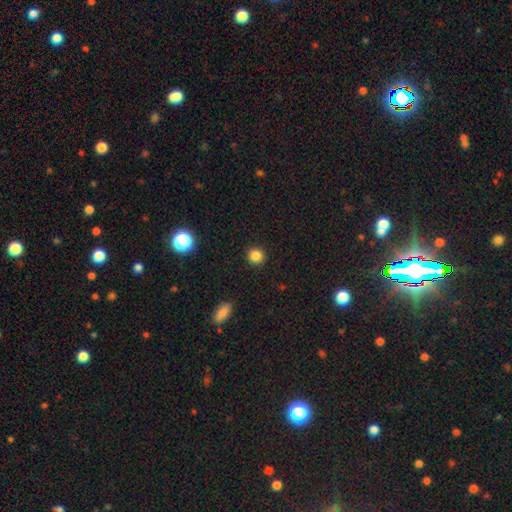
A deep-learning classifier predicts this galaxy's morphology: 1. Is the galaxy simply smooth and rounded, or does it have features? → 84% smooth, 13% star or artifact, 4% featured or disk.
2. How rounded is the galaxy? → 92% round, 7% in between, 1% cigar-shaped.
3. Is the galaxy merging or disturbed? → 92% none, 5% minor disturbance, 2% major disturbance, 1% merger.